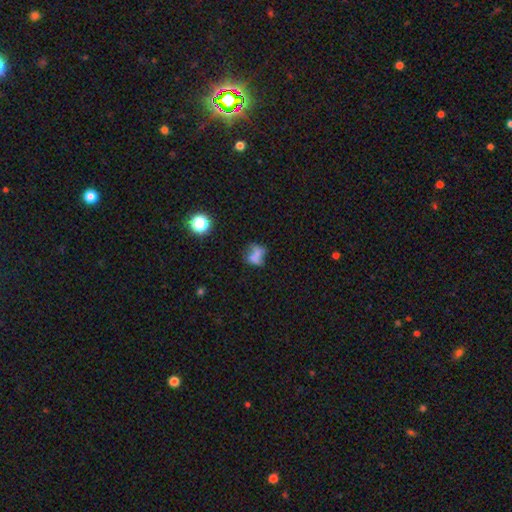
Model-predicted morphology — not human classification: Smooth or featured? smooth (50%)
Merging? none (36%)